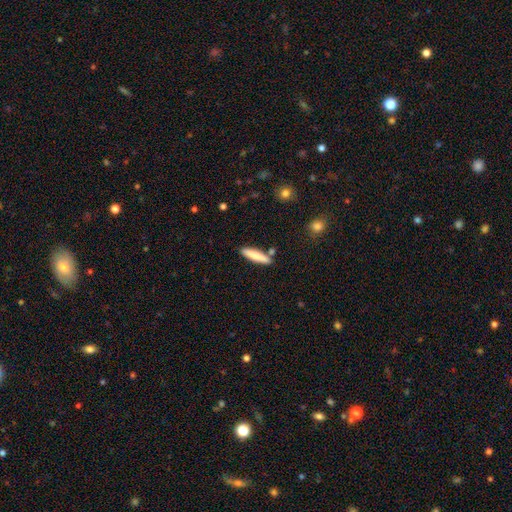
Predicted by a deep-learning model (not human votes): smooth_or_featured: smooth (p=0.79) [alt: featured or disk p=0.15]
how_rounded: cigar-shaped (p=0.84) [alt: in between p=0.15]
merging: none (p=0.82) [alt: minor disturbance p=0.10]